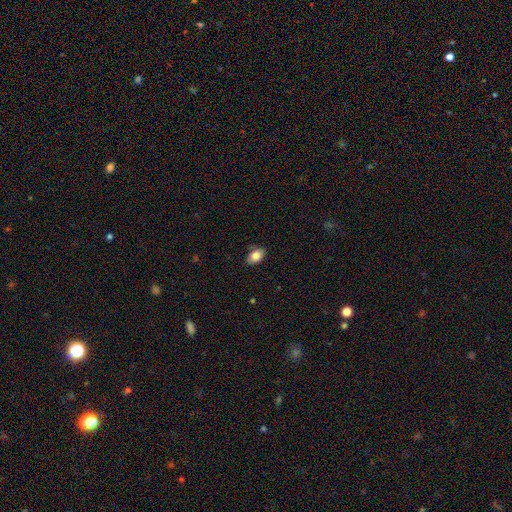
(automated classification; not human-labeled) Smooth or featured?
  - smooth: 82% *
  - featured or disk: 10%
  - star or artifact: 8%
How rounded?
  - in between: 86% *
  - round: 12%
  - cigar-shaped: 1%
Merging?
  - none: 79% *
  - minor disturbance: 17%
  - major disturbance: 3%
  - merger: 1%